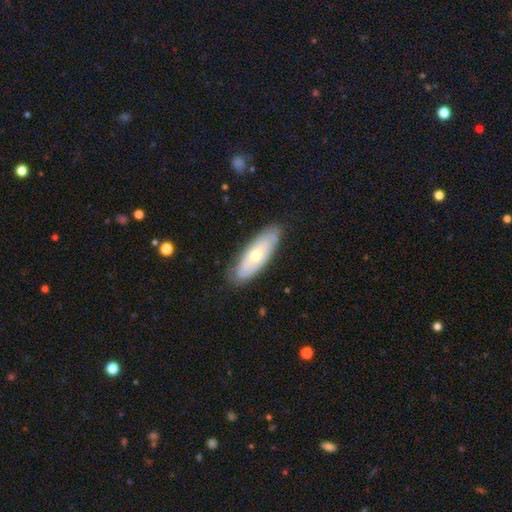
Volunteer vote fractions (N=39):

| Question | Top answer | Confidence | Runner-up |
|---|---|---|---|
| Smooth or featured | featured or disk | 62% | smooth (33%) |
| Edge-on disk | no | 58% | yes (42%) |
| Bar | no | 100% | — |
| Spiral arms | no | 93% | yes (7%) |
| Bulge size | moderate | 71% | small (29%) |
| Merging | none | 92% | minor disturbance (5%) |